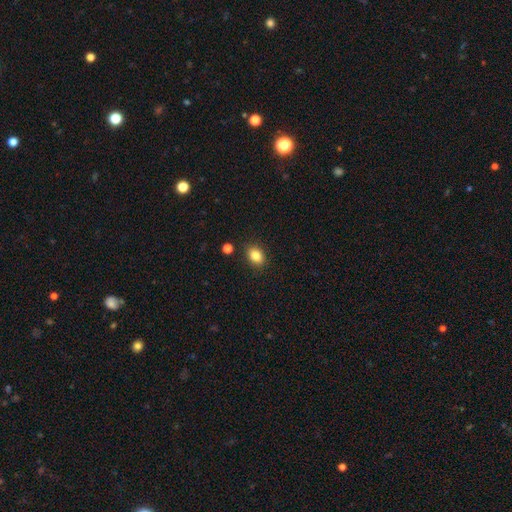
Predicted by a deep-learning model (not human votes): Q: Smooth or featured?
A: smooth (85%); runner-up: star or artifact (10%)
Q: How rounded?
A: in between (68%); runner-up: round (31%)
Q: Merging?
A: none (85%); runner-up: minor disturbance (10%)